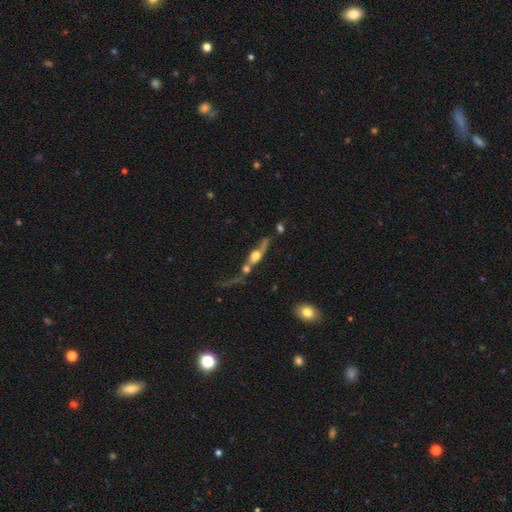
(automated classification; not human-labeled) smooth_or_featured: featured or disk (p=0.57) [alt: smooth p=0.33]
disk_edge_on: yes (p=0.64) [alt: no p=0.36]
merging: merger (p=0.42) [alt: none p=0.26]